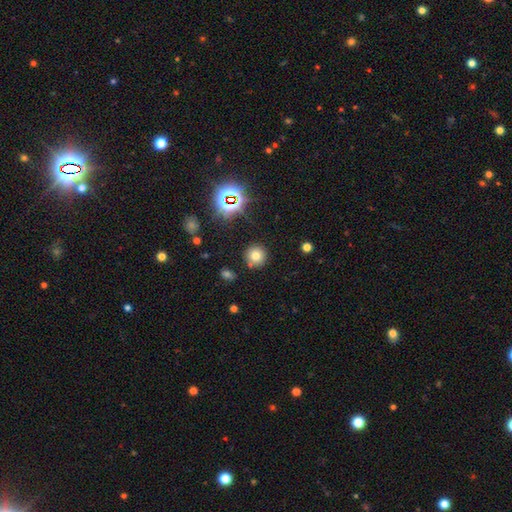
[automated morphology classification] The model was most divided on "smooth or featured": smooth: 69%, star or artifact: 21%, featured or disk: 10%. More confident: how rounded — round (93%); merging — none (84%).